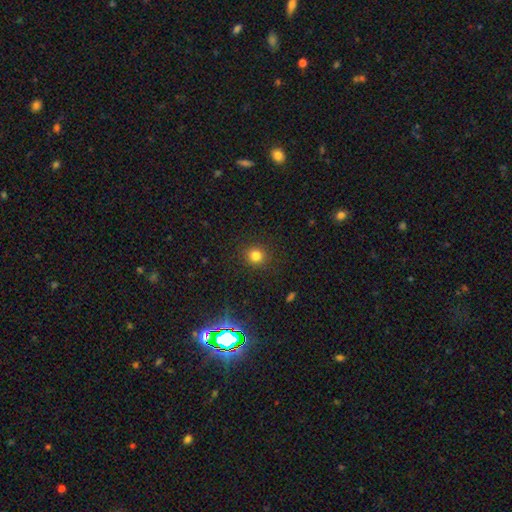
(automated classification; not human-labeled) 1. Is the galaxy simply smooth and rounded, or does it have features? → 80% smooth, 15% star or artifact, 5% featured or disk.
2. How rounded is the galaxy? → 88% round, 11% in between, 1% cigar-shaped.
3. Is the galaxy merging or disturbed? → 90% none, 7% minor disturbance, 3% major disturbance, 1% merger.